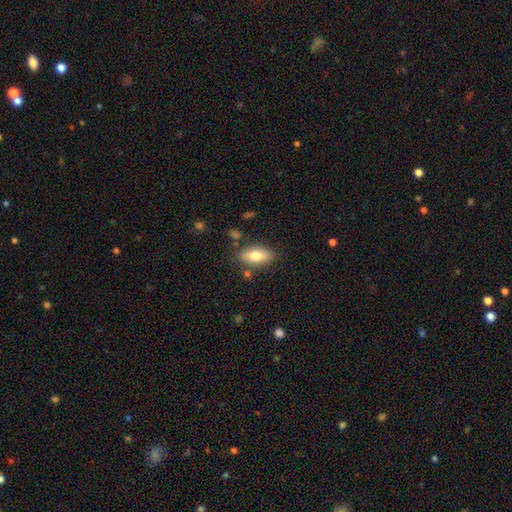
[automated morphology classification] Overall: smooth (72%). How rounded: in between (80%). Merging: none (80%).